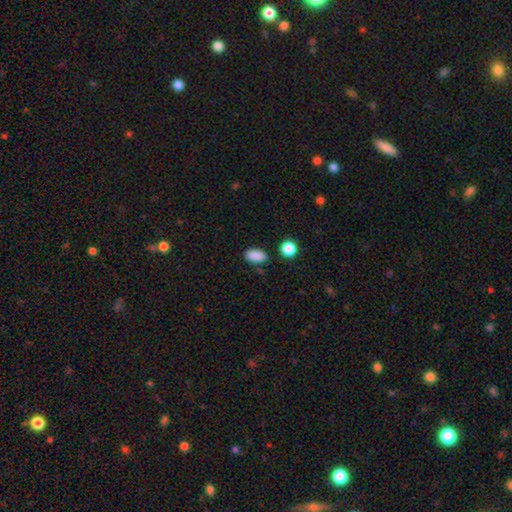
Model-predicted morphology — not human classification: The model was most divided on "merging": none: 84%, minor disturbance: 10%, merger: 3%, major disturbance: 3%. More confident: how rounded — in between (90%); smooth or featured — smooth (88%).